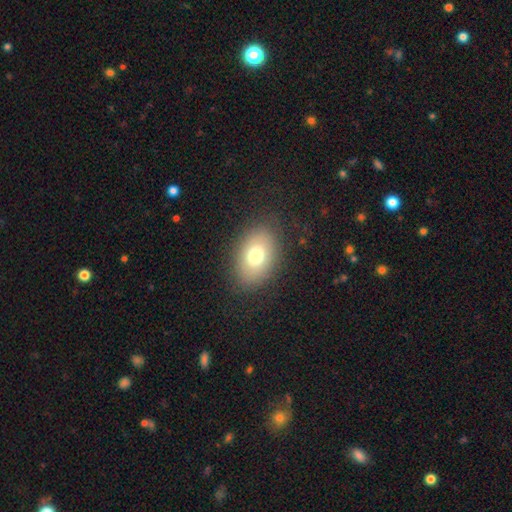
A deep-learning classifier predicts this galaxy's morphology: smooth_or_featured: smooth (p=0.74) [alt: featured or disk p=0.16]
how_rounded: in between (p=0.80) [alt: round p=0.19]
merging: none (p=0.83) [alt: minor disturbance p=0.11]